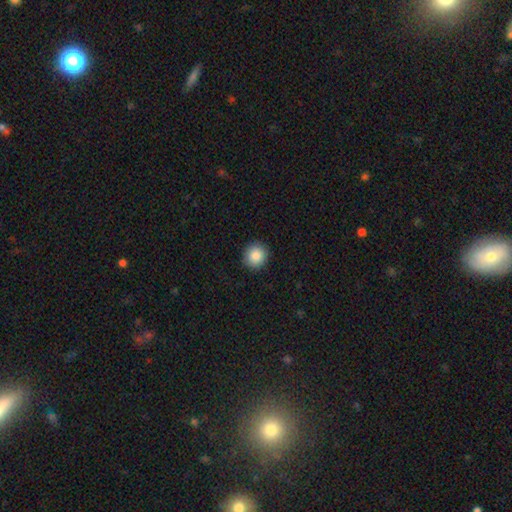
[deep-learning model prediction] smooth 87%, star or artifact 8%, featured or disk 5%. Down the decision tree: how rounded — round (90%); merging — none (91%).